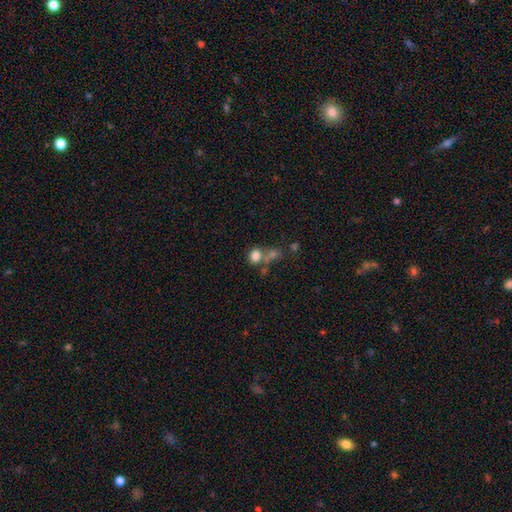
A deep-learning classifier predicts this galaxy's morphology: type=smooth (77%); roundness=round (61%); merging=none (44%).